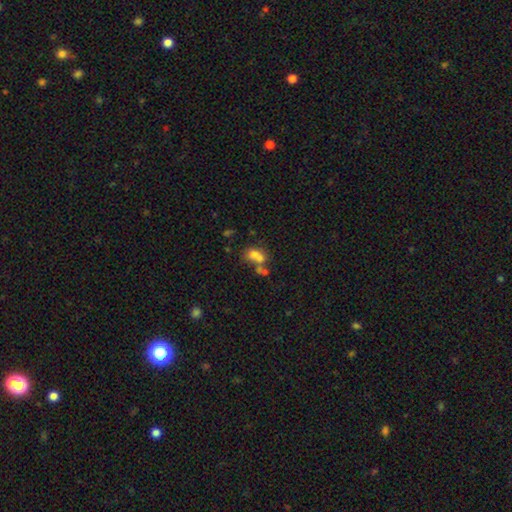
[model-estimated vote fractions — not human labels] Smooth or featured? Predicted: smooth (p=0.65). How rounded? Predicted: in between (p=0.57). Merging? Predicted: merger (p=0.56).